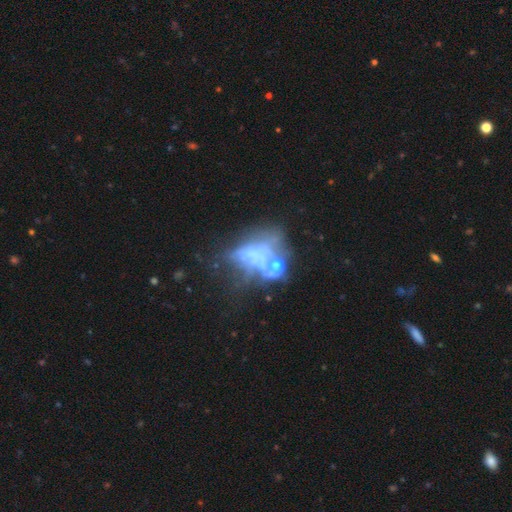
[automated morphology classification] Smooth or featured: featured or disk — 53% (smooth — 26%)
Edge-on disk: no — 95% (yes — 5%)
Bar: no — 89% (weak — 7%)
Spiral arms: no — 92% (yes — 8%)
Bulge size: none — 63% (moderate — 14%)
Merging: major disturbance — 39% (merger — 31%)